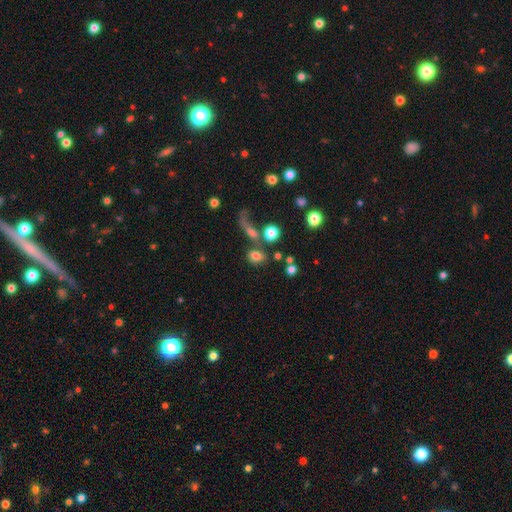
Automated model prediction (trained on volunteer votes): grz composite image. It shows a smooth galaxy with no disk features (75%) that is in between round and cigar-shaped (61%). Merging: none (52%).